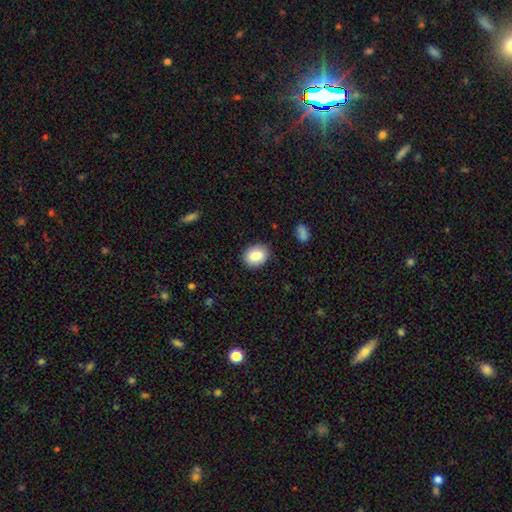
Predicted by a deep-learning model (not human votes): Smooth or featured?
  - smooth: 85% *
  - star or artifact: 8%
  - featured or disk: 7%
How rounded?
  - round: 53% *
  - in between: 46%
  - cigar-shaped: 1%
Merging?
  - none: 88% *
  - minor disturbance: 9%
  - major disturbance: 2%
  - merger: 1%